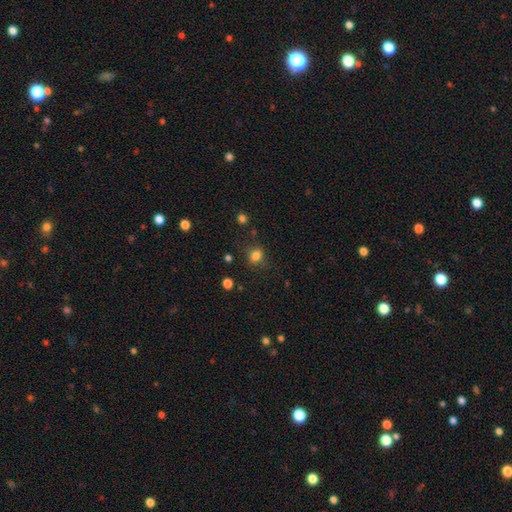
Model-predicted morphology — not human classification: type=smooth (81%); roundness=round (62%); merging=none (78%).